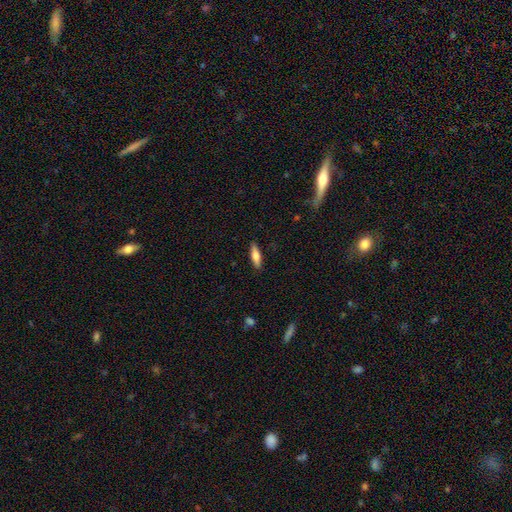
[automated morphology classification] The model was most divided on "how rounded": cigar-shaped: 60%, in between: 38%, round: 2%. More confident: merging — none (89%); smooth or featured — smooth (72%).